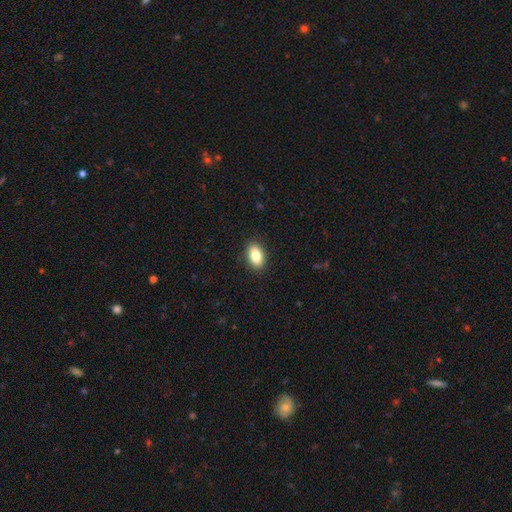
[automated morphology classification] Overall: smooth (83%). How rounded: in between (90%). Merging: none (90%).